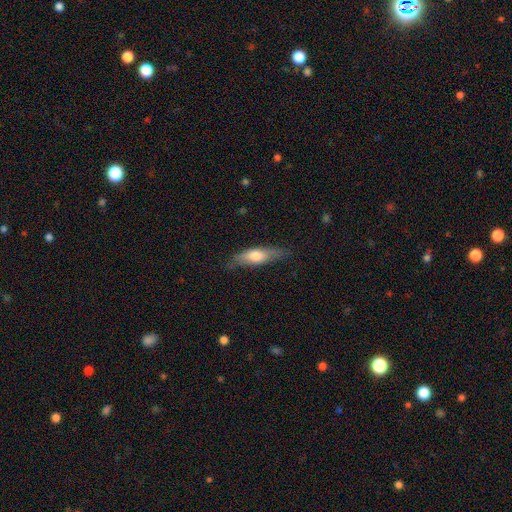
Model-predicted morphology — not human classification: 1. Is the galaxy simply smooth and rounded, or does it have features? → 62% smooth, 32% featured or disk, 6% star or artifact.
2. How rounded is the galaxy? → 54% cigar-shaped, 44% in between, 2% round.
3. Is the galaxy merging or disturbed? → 76% none, 18% minor disturbance, 4% major disturbance, 1% merger.